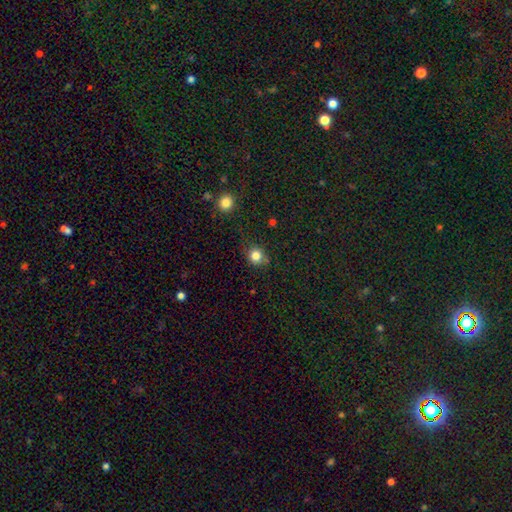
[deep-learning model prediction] A smooth galaxy with no disk features (82%) that is round (85%).

Vote fractions:
- Smooth or featured? smooth: 82% / star or artifact: 12% / featured or disk: 6%
- How rounded? round: 85% / in between: 15% / cigar-shaped: 1%
- Merging? none: 74% / minor disturbance: 19% / major disturbance: 4% / merger: 3%